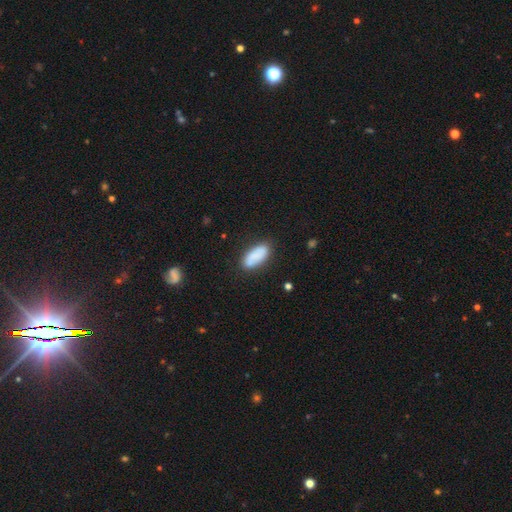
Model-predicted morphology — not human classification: Smooth or featured: smooth — 80% (featured or disk — 13%)
How rounded: in between — 85% (cigar-shaped — 12%)
Merging: none — 77% (minor disturbance — 16%)